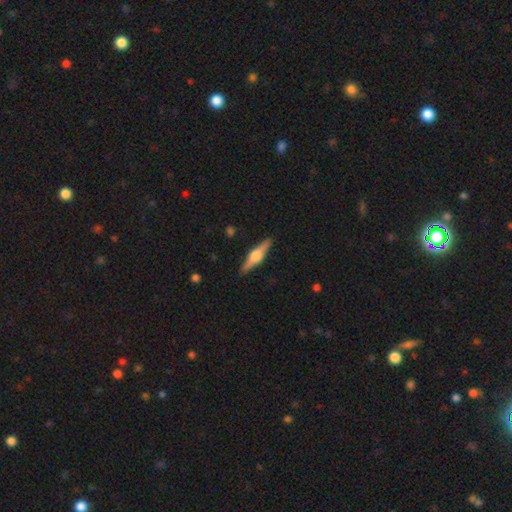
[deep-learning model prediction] The model was most divided on "smooth or featured": featured or disk: 71%, smooth: 24%, star or artifact: 6%. More confident: edge-on disk — yes (97%); edge-on bulge — rounded (92%); merging — none (90%).